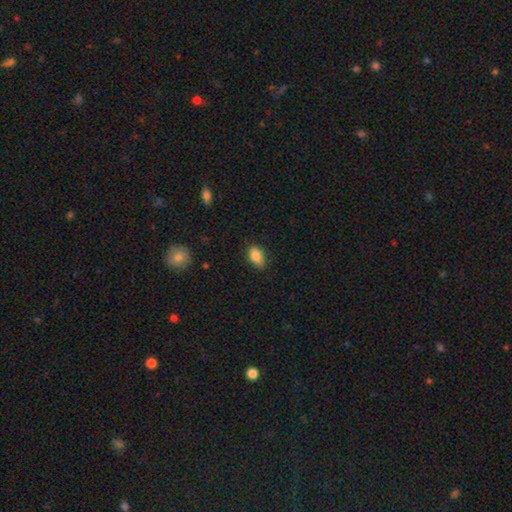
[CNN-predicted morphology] Overall: smooth (86%). How rounded: in between (89%). Merging: none (79%).